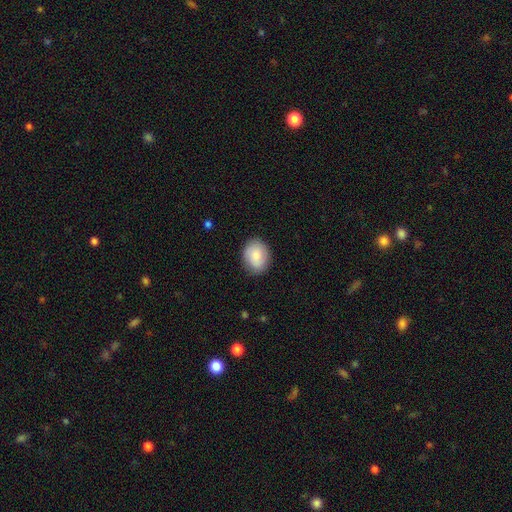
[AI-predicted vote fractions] Smooth or featured?
  - smooth: 80% *
  - featured or disk: 14%
  - star or artifact: 7%
How rounded?
  - in between: 53% *
  - round: 46%
  - cigar-shaped: 1%
Merging?
  - none: 85% *
  - minor disturbance: 12%
  - major disturbance: 3%
  - merger: 1%